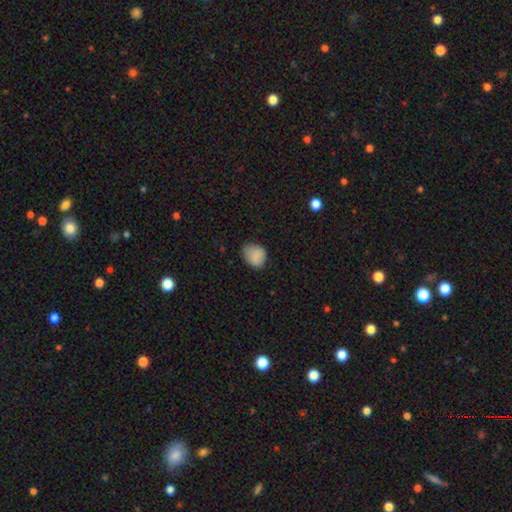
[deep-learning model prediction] The model was most divided on "how rounded": round: 50%, in between: 49%, cigar-shaped: 1%. More confident: smooth or featured — smooth (85%); merging — none (64%).